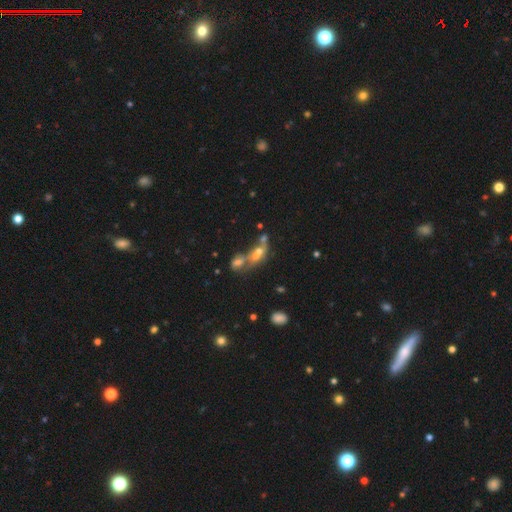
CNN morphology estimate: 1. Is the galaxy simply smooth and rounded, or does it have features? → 40% smooth, 38% featured or disk, 23% star or artifact.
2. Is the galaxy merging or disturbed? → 61% merger, 22% none, 9% major disturbance, 8% minor disturbance.